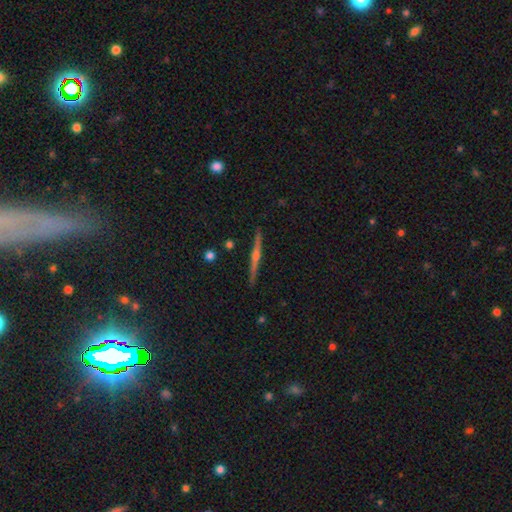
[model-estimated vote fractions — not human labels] The model was most divided on "smooth or featured": featured or disk: 78%, smooth: 13%, star or artifact: 8%. More confident: edge-on disk — yes (98%); merging — none (92%); edge-on bulge — rounded (82%).